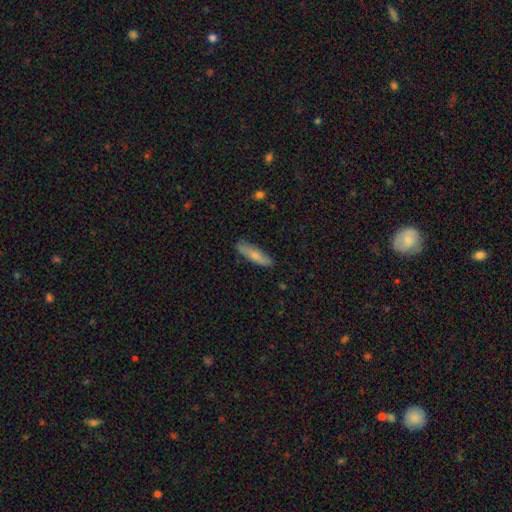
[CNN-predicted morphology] Smooth or featured?
  - smooth: 77% *
  - featured or disk: 18%
  - star or artifact: 5%
How rounded?
  - cigar-shaped: 63% *
  - in between: 35%
  - round: 2%
Merging?
  - none: 83% *
  - minor disturbance: 14%
  - major disturbance: 2%
  - merger: 1%